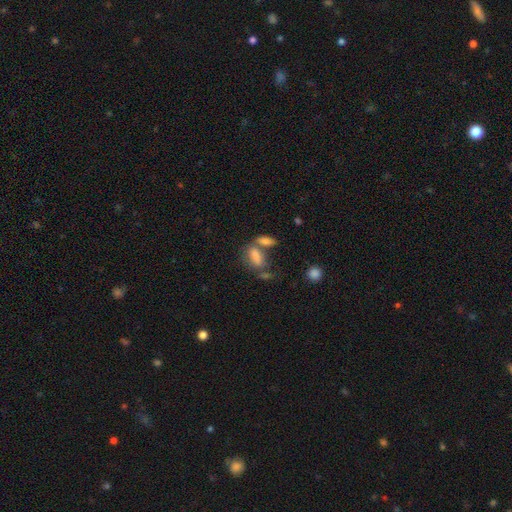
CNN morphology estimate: Overall: smooth (72%). How rounded: in between (79%). Merging: merger (41%; none 36%).